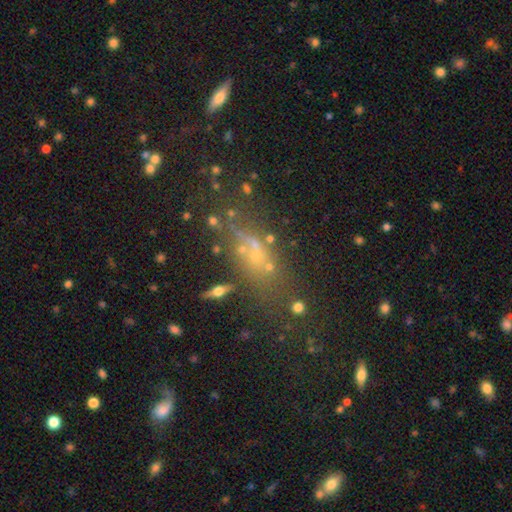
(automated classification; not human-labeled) smooth_or_featured: smooth (p=0.39) [alt: star or artifact p=0.31]
merging: none (p=0.48) [alt: minor disturbance p=0.19]